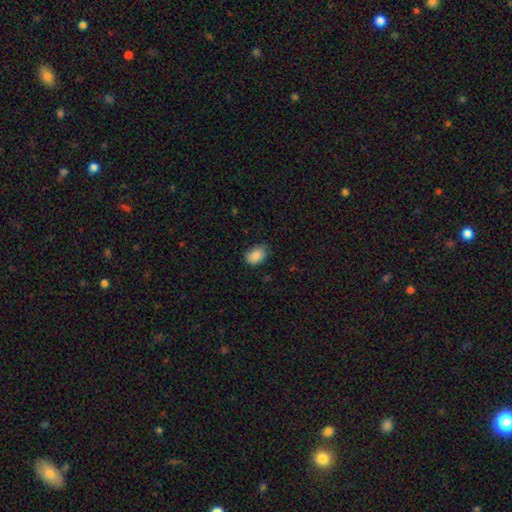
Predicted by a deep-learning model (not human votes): smooth_or_featured: smooth (p=0.88) [alt: star or artifact p=0.07]
how_rounded: in between (p=0.81) [alt: round p=0.18]
merging: none (p=0.75) [alt: minor disturbance p=0.21]